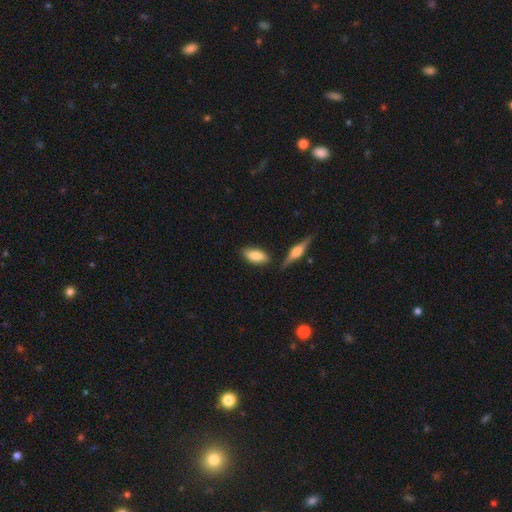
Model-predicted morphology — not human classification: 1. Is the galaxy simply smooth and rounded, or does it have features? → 80% smooth, 14% featured or disk, 6% star or artifact.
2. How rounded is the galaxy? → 85% in between, 12% cigar-shaped, 2% round.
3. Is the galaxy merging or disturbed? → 77% none, 14% minor disturbance, 7% merger, 3% major disturbance.